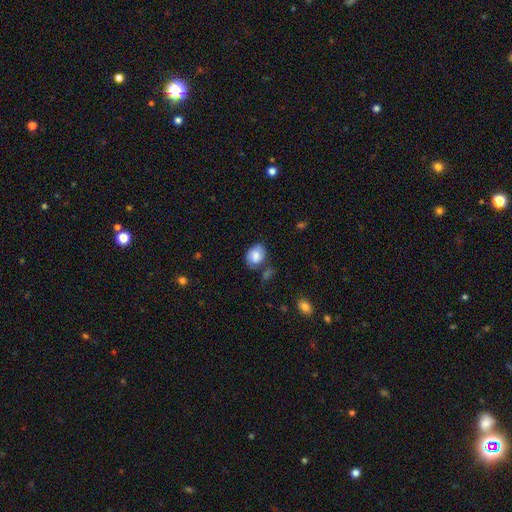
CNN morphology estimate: A smooth galaxy with no disk features (74%) that is in between round and cigar-shaped (70%).

Vote fractions:
- Smooth or featured? smooth: 74% / featured or disk: 19% / star or artifact: 8%
- How rounded? in between: 70% / round: 29% / cigar-shaped: 1%
- Merging? none: 63% / minor disturbance: 23% / merger: 8% / major disturbance: 7%